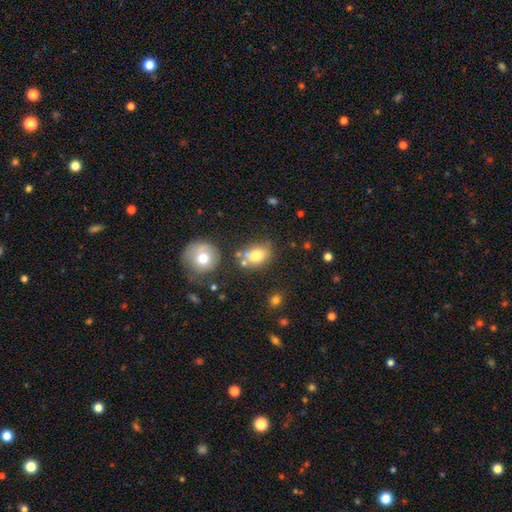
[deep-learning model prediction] This appears to be a smooth galaxy with no disk features (76%) that is in between round and cigar-shaped (64%). Merging: none (58%).